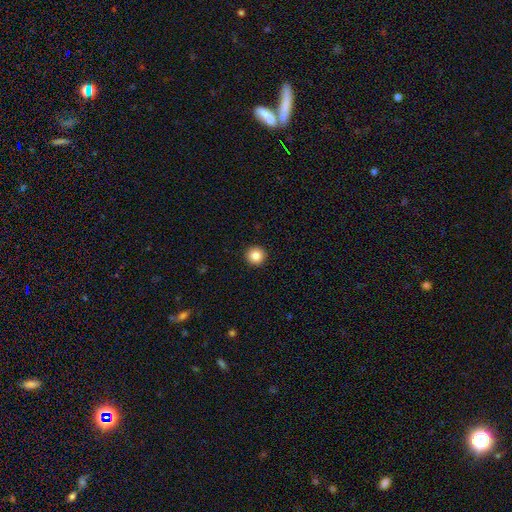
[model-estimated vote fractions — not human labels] A smooth galaxy with no disk features (85%) that is round (96%).

Vote fractions:
- Smooth or featured? smooth: 85% / star or artifact: 10% / featured or disk: 5%
- How rounded? round: 96% / in between: 3% / cigar-shaped: 1%
- Merging? none: 94% / minor disturbance: 4% / major disturbance: 1% / merger: 1%